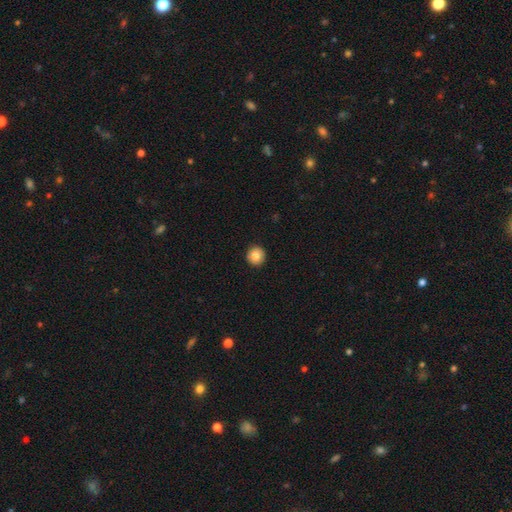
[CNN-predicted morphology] This appears to be a smooth galaxy with no disk features (85%) that is round (95%). Merging: none (93%).